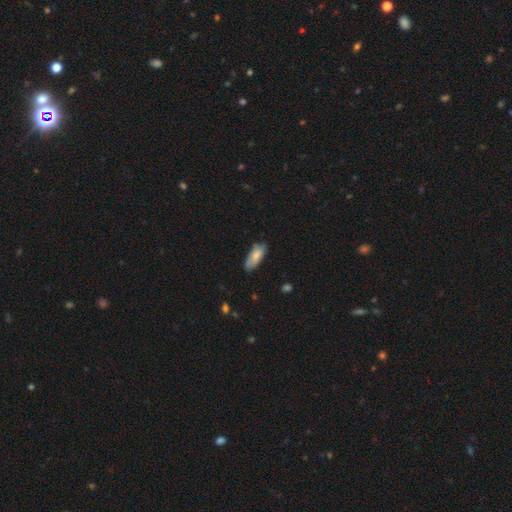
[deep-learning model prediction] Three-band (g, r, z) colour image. It shows a smooth galaxy with no disk features (79%) that is in between round and cigar-shaped (78%). Merging: none (70%).